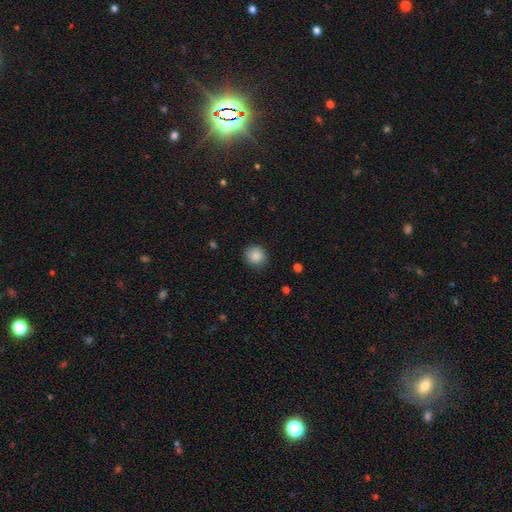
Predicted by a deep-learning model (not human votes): smooth_or_featured: smooth (p=0.87) [alt: star or artifact p=0.09]
how_rounded: round (p=0.87) [alt: in between p=0.12]
merging: none (p=0.85) [alt: minor disturbance p=0.11]